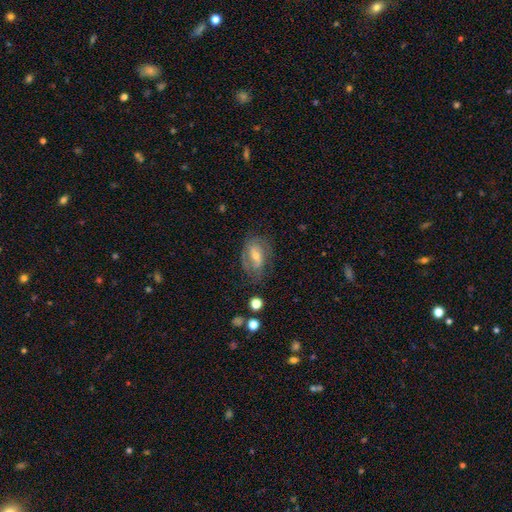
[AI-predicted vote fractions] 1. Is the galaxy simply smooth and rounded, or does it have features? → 70% featured or disk, 23% smooth, 8% star or artifact.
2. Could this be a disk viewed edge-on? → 95% no, 5% yes.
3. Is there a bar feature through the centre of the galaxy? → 47% weak, 29% no, 25% strong.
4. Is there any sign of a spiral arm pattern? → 84% yes, 16% no.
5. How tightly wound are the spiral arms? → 43% medium, 41% tight, 17% loose.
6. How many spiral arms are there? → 63% 2, 22% can't tell, 7% 1, 6% 3, 2% 4, 2% more than 4.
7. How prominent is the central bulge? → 48% moderate, 45% small, 3% large, 3% none, 1% dominant.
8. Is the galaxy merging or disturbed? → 65% none, 20% minor disturbance, 12% major disturbance, 2% merger.